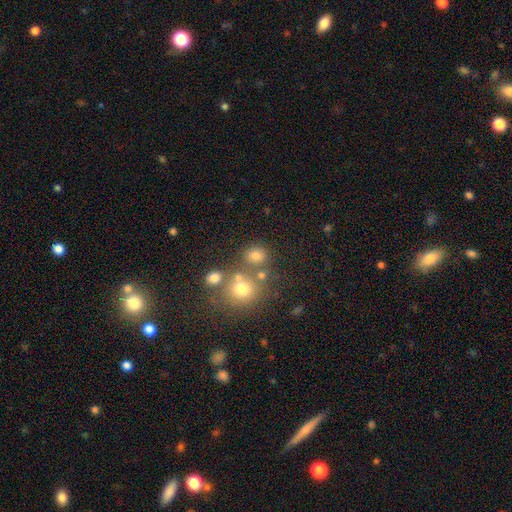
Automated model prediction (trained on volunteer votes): A smooth galaxy with no disk features (70%) that is round (71%).

Vote fractions:
- Smooth or featured? smooth: 70% / star or artifact: 19% / featured or disk: 11%
- How rounded? round: 71% / in between: 28% / cigar-shaped: 1%
- Merging? none: 61% / merger: 22% / minor disturbance: 11% / major disturbance: 6%